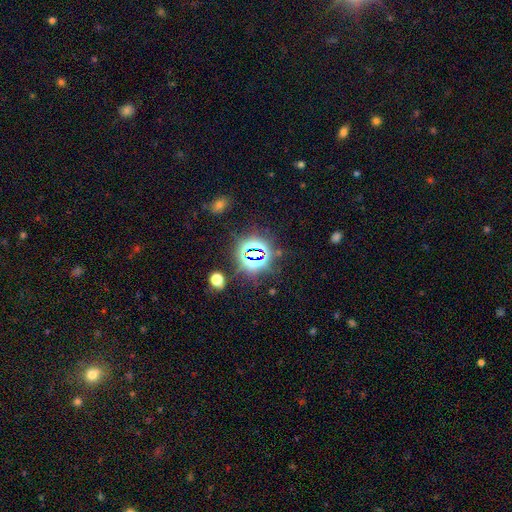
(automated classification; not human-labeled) A star or artifact, not a galaxy (77%).